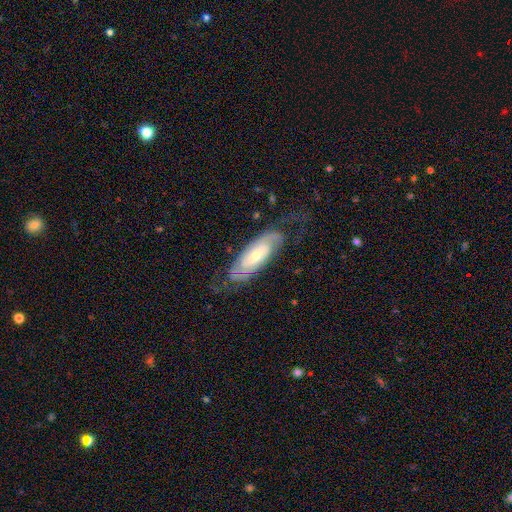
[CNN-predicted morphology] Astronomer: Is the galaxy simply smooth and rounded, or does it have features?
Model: featured or disk — 74%.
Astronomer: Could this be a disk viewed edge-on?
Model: no — 86%.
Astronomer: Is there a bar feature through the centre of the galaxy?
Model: no — 65%.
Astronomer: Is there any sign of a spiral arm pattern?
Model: yes — 90%.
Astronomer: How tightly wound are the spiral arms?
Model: tight — 51% (runner-up: medium, 33%).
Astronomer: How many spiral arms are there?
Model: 2 — 60%.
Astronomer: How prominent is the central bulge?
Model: small — 55% (runner-up: moderate, 39%).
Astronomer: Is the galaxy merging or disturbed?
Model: none — 64%.